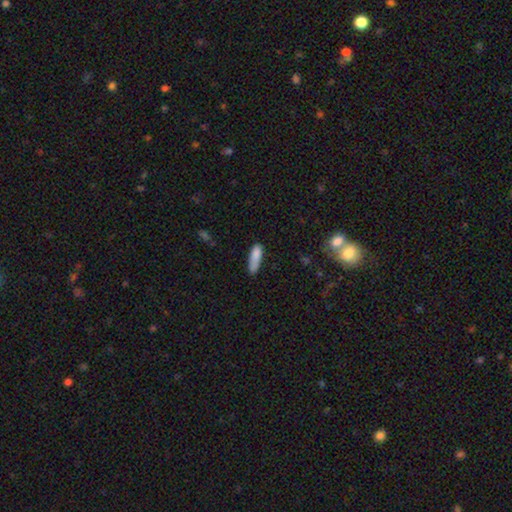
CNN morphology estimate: smooth_or_featured: smooth (p=0.84) [alt: featured or disk p=0.08]
how_rounded: cigar-shaped (p=0.56) [alt: in between p=0.42]
merging: none (p=0.57) [alt: minor disturbance p=0.32]